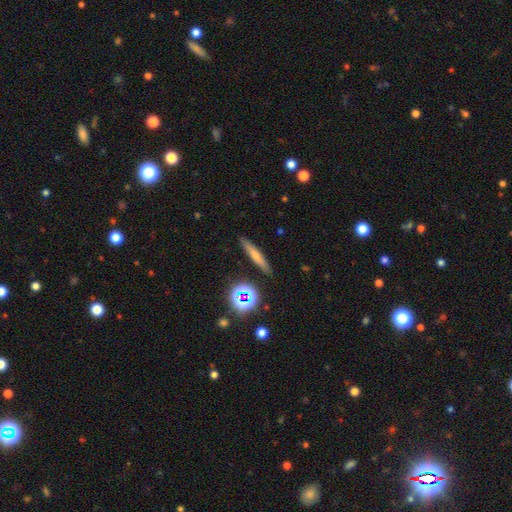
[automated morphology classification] The model was most divided on "smooth or featured": smooth: 49%, featured or disk: 35%, star or artifact: 16%. More confident: merging — none (88%).